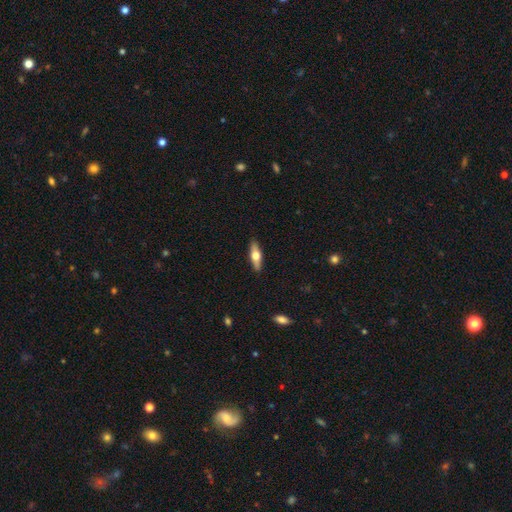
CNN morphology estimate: Overall: featured or disk (48%; smooth 46%). Merging: none (90%).